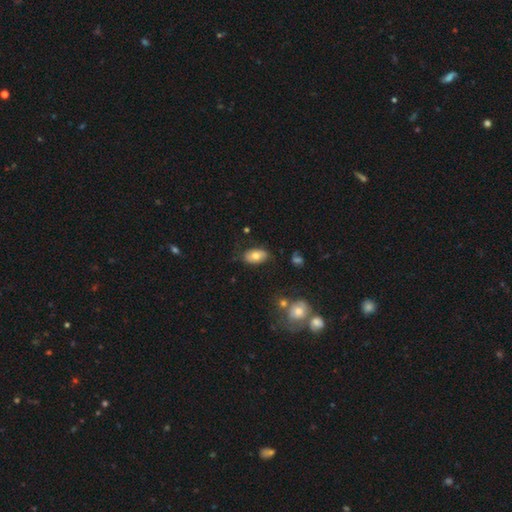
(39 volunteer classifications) Smooth or featured? smooth (77%)
How rounded? in between (90%)
Merging? none (83%)